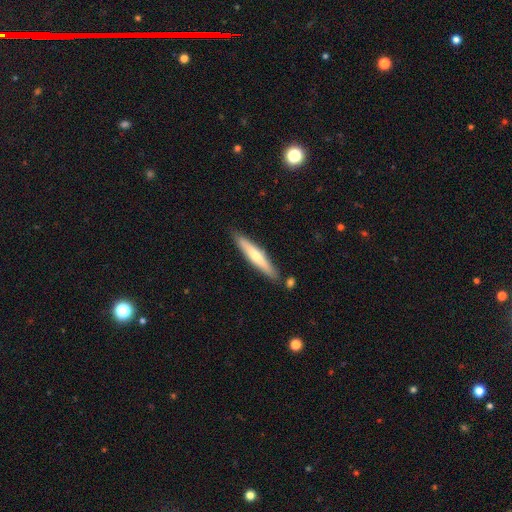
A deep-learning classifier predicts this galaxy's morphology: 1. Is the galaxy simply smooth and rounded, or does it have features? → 55% smooth, 40% featured or disk, 5% star or artifact.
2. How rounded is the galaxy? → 91% cigar-shaped, 7% in between, 1% round.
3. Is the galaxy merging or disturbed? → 84% none, 10% minor disturbance, 4% merger, 2% major disturbance.